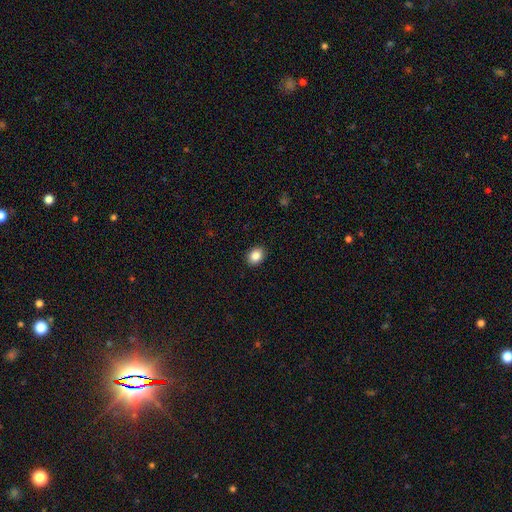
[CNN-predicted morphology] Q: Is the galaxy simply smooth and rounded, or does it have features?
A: smooth — 85%.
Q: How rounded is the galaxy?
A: in between — 58%.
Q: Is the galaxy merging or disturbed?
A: none — 91%.